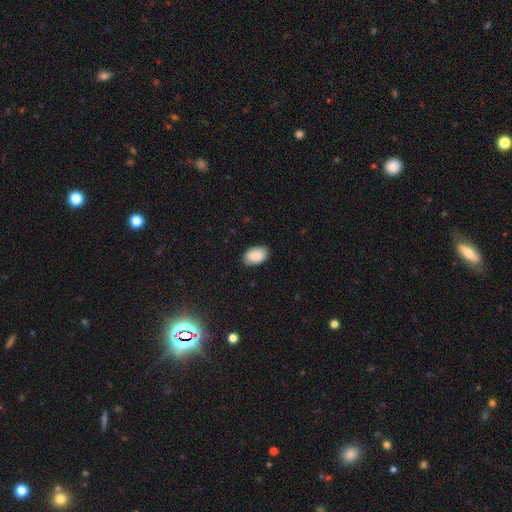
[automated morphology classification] smooth 86%, star or artifact 7%, featured or disk 7%. Down the decision tree: how rounded — in between (91%); merging — none (85%).